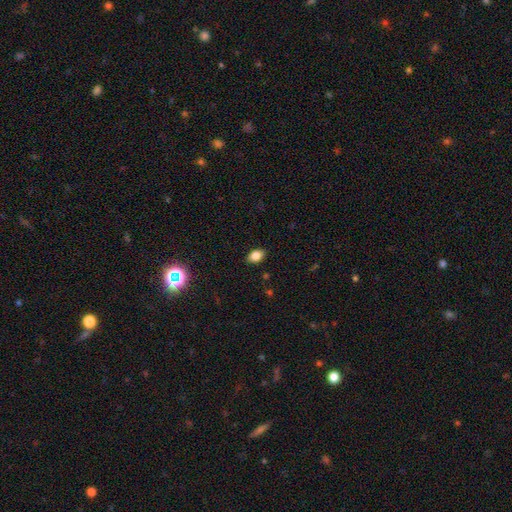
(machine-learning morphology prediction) This appears to be a smooth galaxy with no disk features (82%) that is in between round and cigar-shaped (84%). Merging: none (88%).